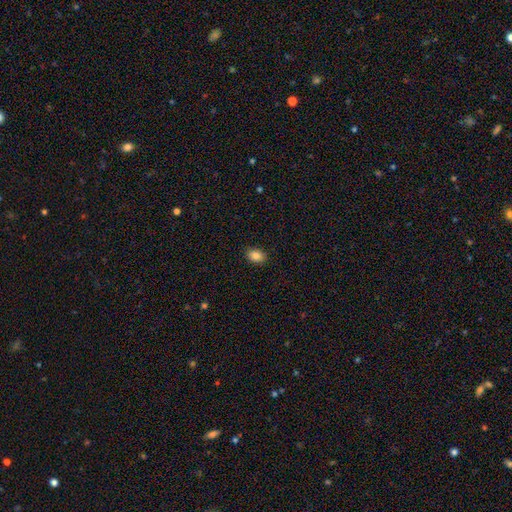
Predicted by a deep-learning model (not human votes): smooth-or-featured: smooth: 86% | star or artifact: 9% | featured or disk: 5%
  how-rounded: in between: 70% | round: 28% | cigar-shaped: 1%
  merging: none: 89% | minor disturbance: 8% | major disturbance: 2% | merger: 1%